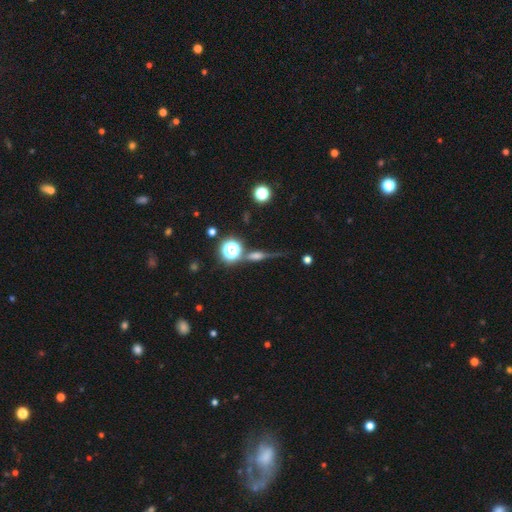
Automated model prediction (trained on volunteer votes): Morphology: type=featured or disk (52%); edge-on=yes (91%); merging=none (74%).